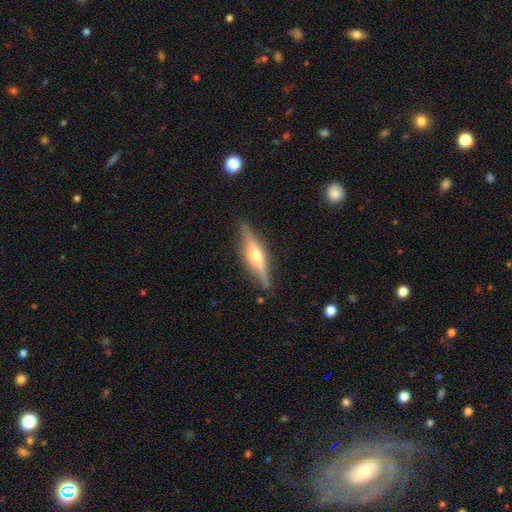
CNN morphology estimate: smooth-or-featured: featured or disk: 75% | smooth: 19% | star or artifact: 6%
  disk-edge-on: yes: 97% | no: 3%
    edge-on-bulge: rounded: 92% | boxy: 5% | none: 3%
  merging: none: 88% | minor disturbance: 9% | major disturbance: 2% | merger: 1%